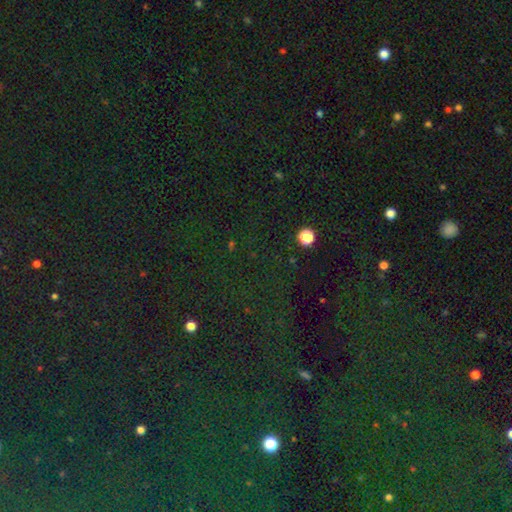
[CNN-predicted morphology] This is clearly a star or artifact rather than a galaxy (80%).